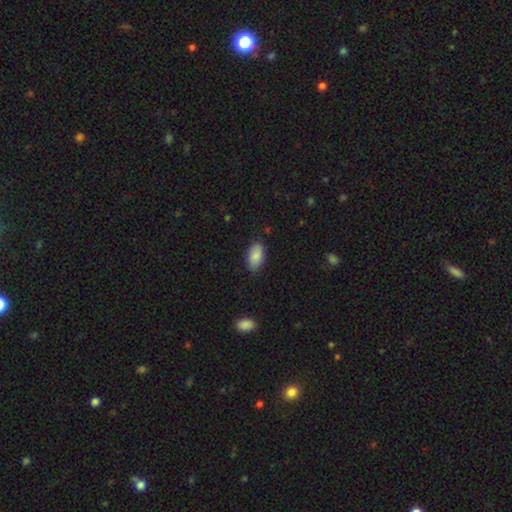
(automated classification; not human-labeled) This is clearly a smooth galaxy (87%). How rounded: clearly in between (94%). Merging: clearly none (83%).